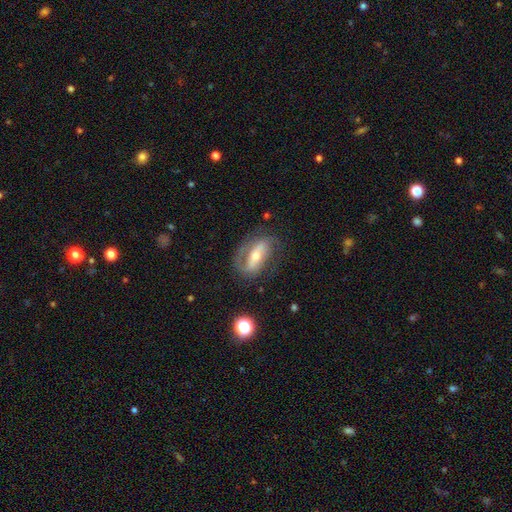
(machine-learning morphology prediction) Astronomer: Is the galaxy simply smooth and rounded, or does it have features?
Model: featured or disk — 75%.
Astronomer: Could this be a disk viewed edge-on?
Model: no — 90%.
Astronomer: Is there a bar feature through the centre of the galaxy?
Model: strong — 53%.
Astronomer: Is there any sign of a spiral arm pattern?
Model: yes — 83%.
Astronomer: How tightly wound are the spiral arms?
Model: medium — 42% (runner-up: tight, 33%).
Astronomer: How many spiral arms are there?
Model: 2 — 71%.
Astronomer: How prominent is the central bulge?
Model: moderate — 51% (runner-up: small, 42%).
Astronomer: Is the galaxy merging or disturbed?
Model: none — 66%.